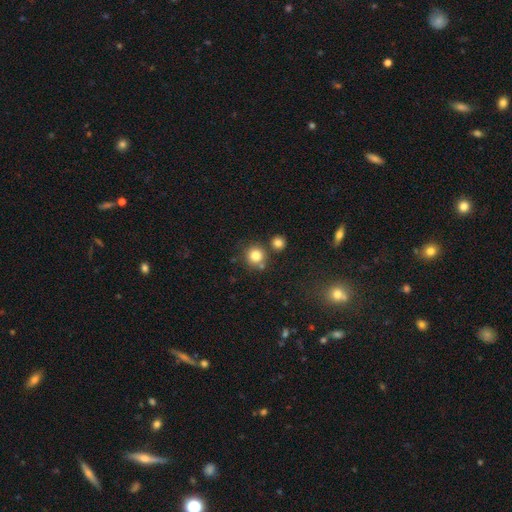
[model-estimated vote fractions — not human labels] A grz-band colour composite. It shows a smooth galaxy with no disk features (81%) that is round (91%). Merging: none (73%).